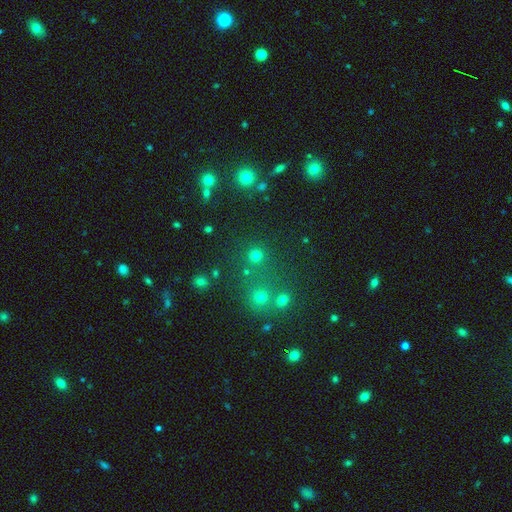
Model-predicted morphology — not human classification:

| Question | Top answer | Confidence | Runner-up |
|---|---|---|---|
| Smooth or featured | smooth | 72% | star or artifact (22%) |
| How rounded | round | 93% | in between (6%) |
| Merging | none | 79% | merger (11%) |